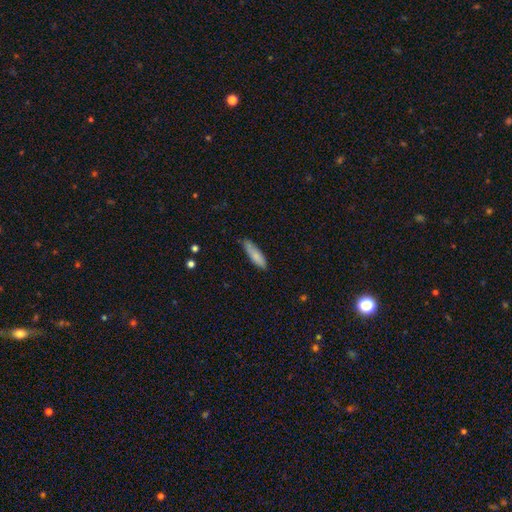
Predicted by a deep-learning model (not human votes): smooth 84%, featured or disk 10%, star or artifact 6%. Down the decision tree: how rounded — cigar-shaped (63%); merging — none (79%).